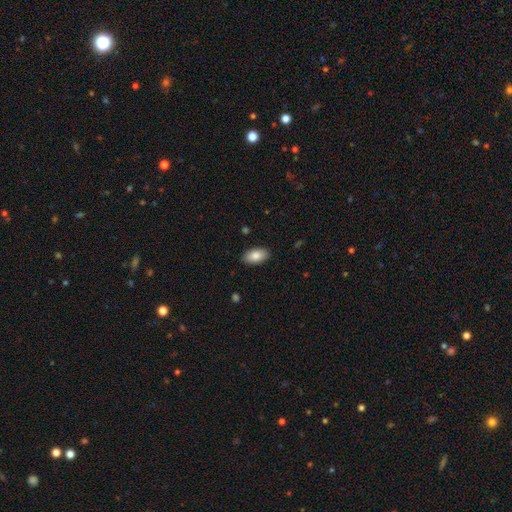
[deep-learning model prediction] A smooth galaxy with no disk features (85%) that is in between round and cigar-shaped (95%). Merging: none (89%).